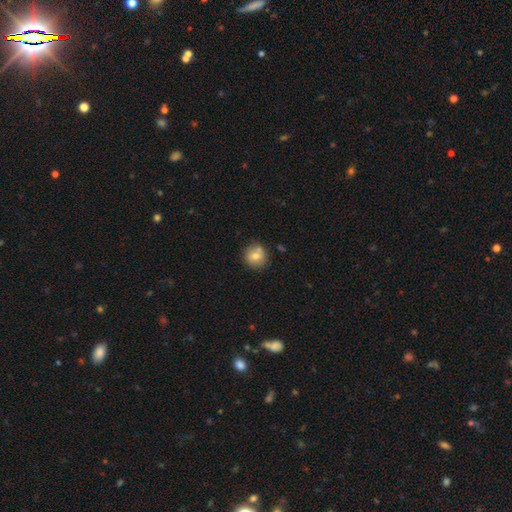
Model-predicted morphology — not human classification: smooth 74%, featured or disk 17%, star or artifact 10%. Down the decision tree: how rounded — round (88%); merging — none (69%).